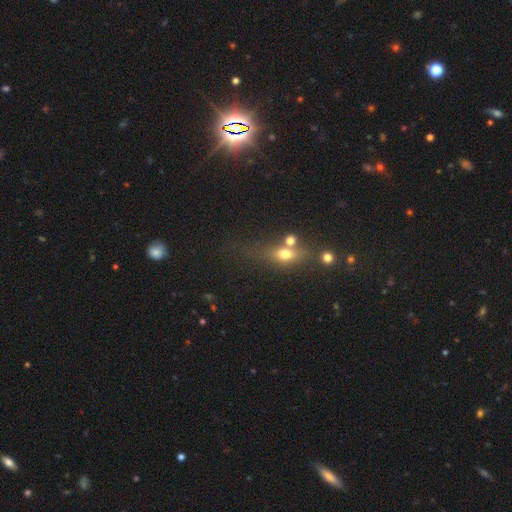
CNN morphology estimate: smooth_or_featured: star or artifact (p=0.45) [alt: smooth p=0.35]